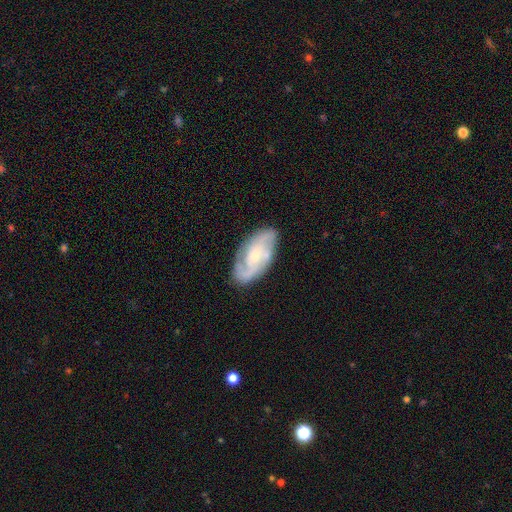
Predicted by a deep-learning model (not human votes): Smooth or featured?
  - featured or disk: 79% *
  - smooth: 16%
  - star or artifact: 5%
Edge-on disk?
  - no: 95% *
  - yes: 5%
Bar?
  - no: 63% *
  - weak: 31%
  - strong: 6%
Spiral arms?
  - yes: 94% *
  - no: 6%
Spiral winding?
  - medium: 44% *
  - tight: 40%
  - loose: 15%
Spiral arm count?
  - 2: 49% *
  - 3: 21%
  - can't tell: 19%
  - 4: 4%
  - 1: 4%
  - more than 4: 3%
Bulge size?
  - small: 56% *
  - moderate: 39%
  - none: 2%
  - large: 2%
  - dominant: 1%
Merging?
  - none: 76% *
  - minor disturbance: 17%
  - major disturbance: 5%
  - merger: 2%